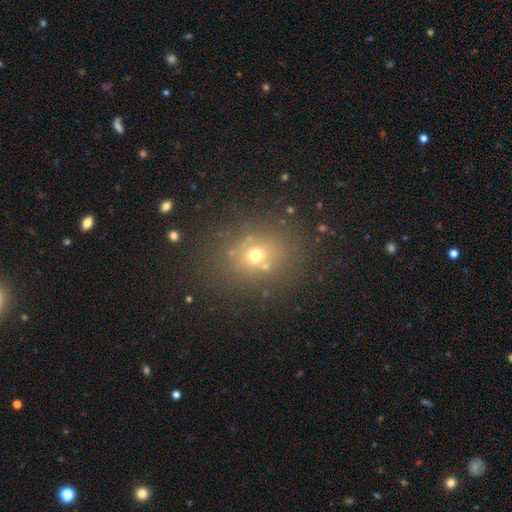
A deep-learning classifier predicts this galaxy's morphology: smooth-or-featured: smooth: 62% | star or artifact: 23% | featured or disk: 15%
  how-rounded: round: 63% | in between: 36% | cigar-shaped: 1%
  merging: none: 77% | minor disturbance: 11% | merger: 7% | major disturbance: 5%